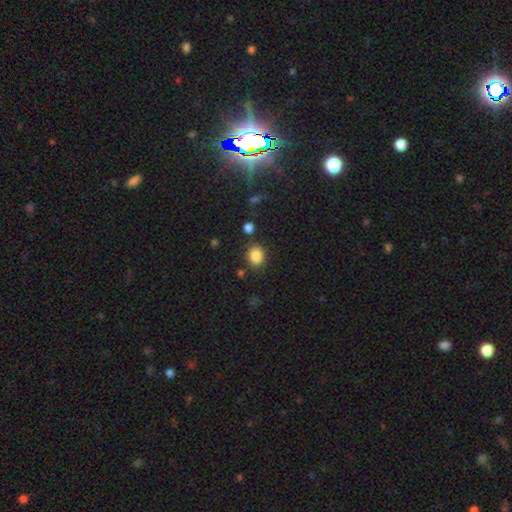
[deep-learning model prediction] Smooth or featured? smooth (85%)
How rounded? round (62%)
Merging? none (81%)